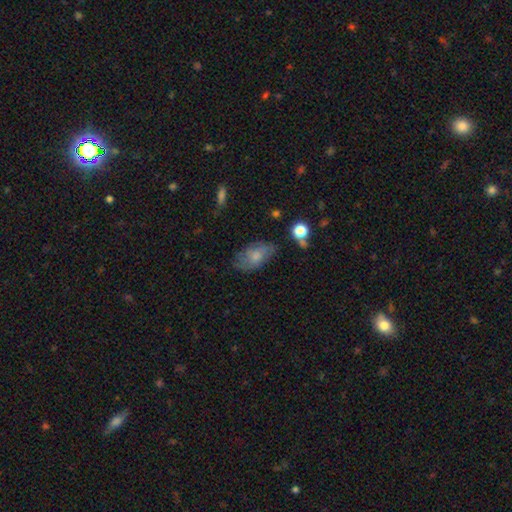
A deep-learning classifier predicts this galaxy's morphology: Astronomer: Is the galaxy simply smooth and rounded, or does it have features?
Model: smooth — 64%.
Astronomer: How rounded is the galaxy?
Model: in between — 90%.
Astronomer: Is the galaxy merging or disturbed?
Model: none — 59%.